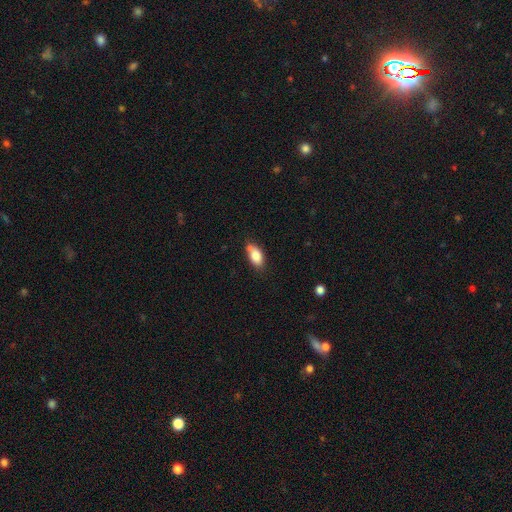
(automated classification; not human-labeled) smooth 83%, featured or disk 9%, star or artifact 8%. Down the decision tree: how rounded — in between (90%); merging — none (63%).